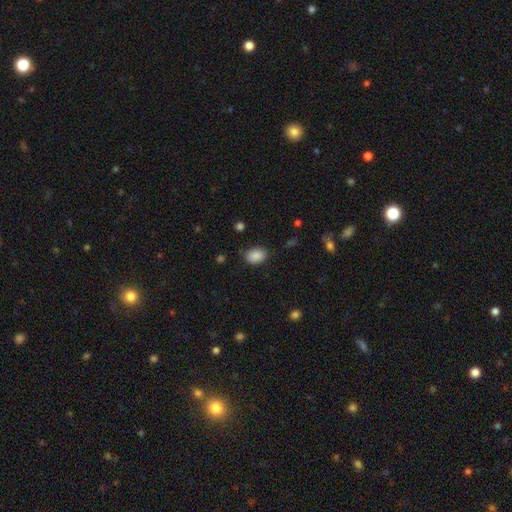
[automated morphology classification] A smooth galaxy with no disk features (88%) that is in between round and cigar-shaped (83%). Merging: none (80%).